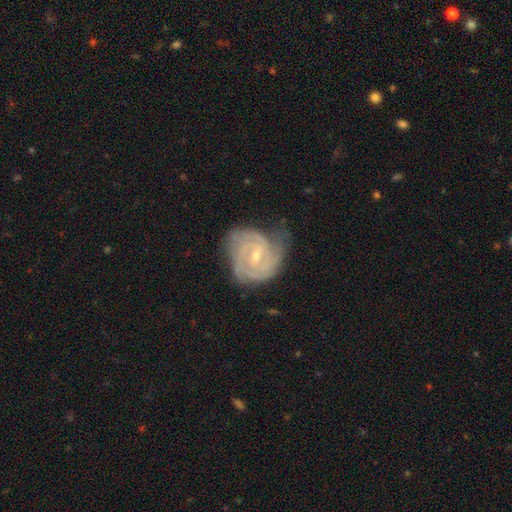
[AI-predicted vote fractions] A featured or disk galaxy (88%) with a weak bar (52%), 3 (30%) tight (70%) spiral arms (97%) and a small central bulge (65%).

Vote fractions:
- Smooth or featured? featured or disk: 88% / smooth: 7% / star or artifact: 5%
- Edge-on disk? no: 97% / yes: 3%
- Bar? weak: 52% / no: 34% / strong: 14%
- Spiral arms? yes: 97% / no: 3%
- Spiral winding? tight: 70% / medium: 26% / loose: 4%
- Spiral arm count? 3: 30% / 2: 27% / can't tell: 22% / 4: 12% / 1: 5% / more than 4: 5%
- Bulge size? small: 65% / moderate: 32% / none: 1% / large: 1% / dominant: 1%
- Merging? none: 62% / minor disturbance: 27% / major disturbance: 10% / merger: 2%